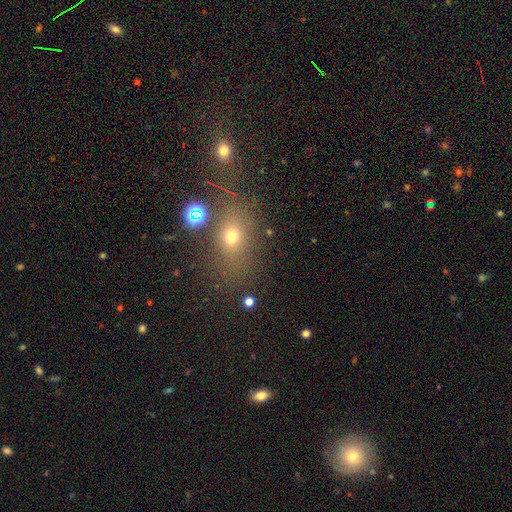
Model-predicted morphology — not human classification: smooth 50%, star or artifact 34%, featured or disk 16%. Down the decision tree: how rounded — in between (55%); merging — none (56%).